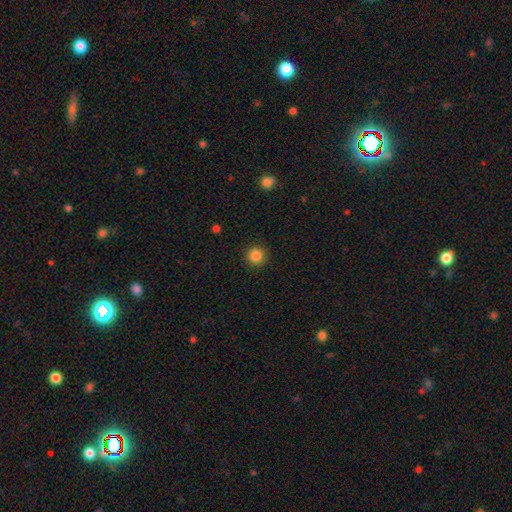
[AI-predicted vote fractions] This is clearly a smooth galaxy (86%). How rounded: clearly round (95%). Merging: clearly none (91%).